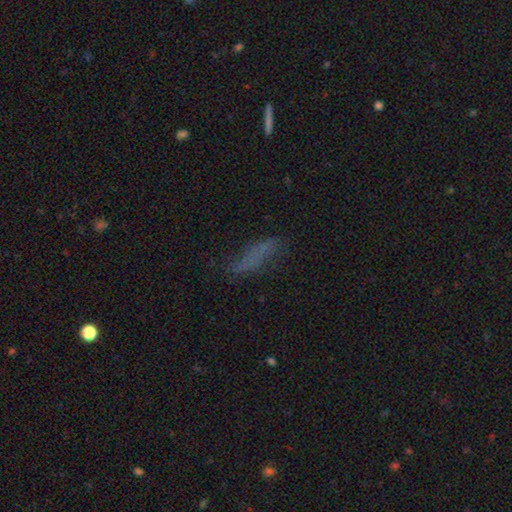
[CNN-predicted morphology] smooth_or_featured: smooth (p=0.52) [alt: featured or disk p=0.30]
how_rounded: cigar-shaped (p=0.61) [alt: in between p=0.35]
merging: none (p=0.60) [alt: minor disturbance p=0.24]